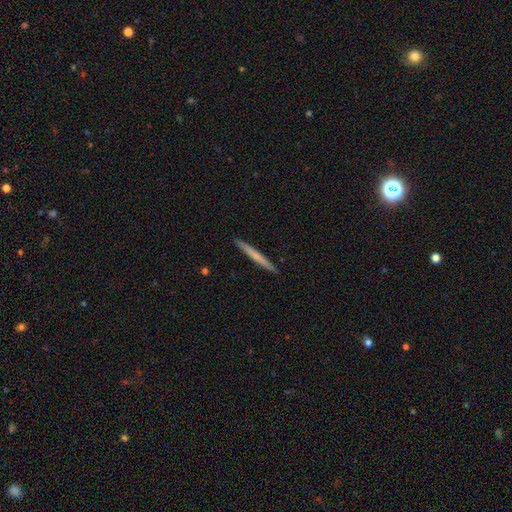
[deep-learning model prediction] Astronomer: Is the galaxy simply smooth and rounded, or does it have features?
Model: smooth — 59% (runner-up: featured or disk, 36%).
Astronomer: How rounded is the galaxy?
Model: cigar-shaped — 97%.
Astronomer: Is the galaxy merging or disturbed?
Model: none — 93%.